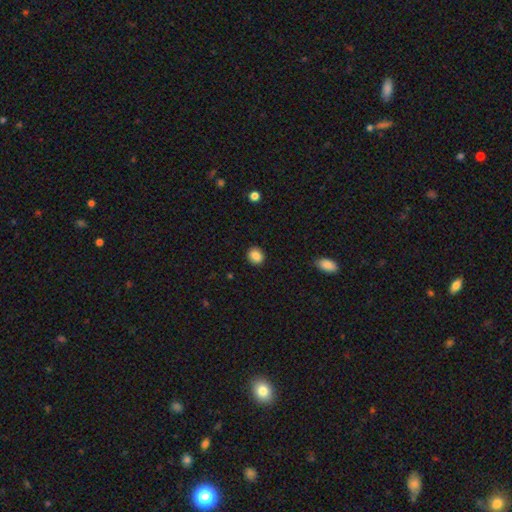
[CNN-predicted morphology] A smooth galaxy with no disk features (87%) that is round (65%). Merging: none (89%).